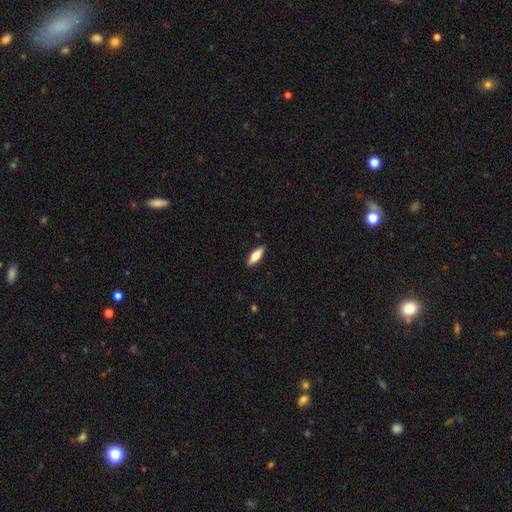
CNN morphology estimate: Smooth or featured: smooth — 67% (featured or disk — 27%)
How rounded: in between — 59% (cigar-shaped — 39%)
Merging: none — 88% (minor disturbance — 9%)